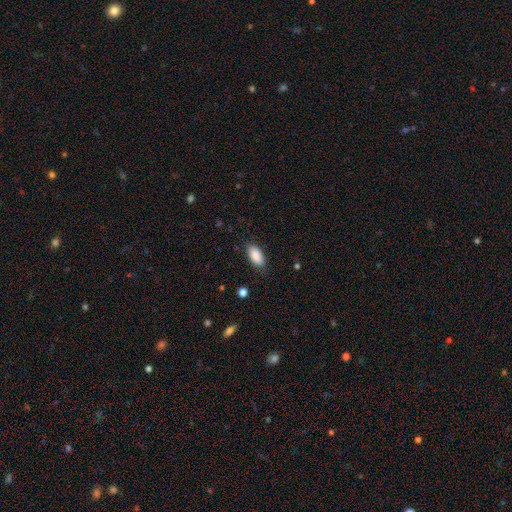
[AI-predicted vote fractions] Q: Smooth or featured?
A: smooth (89%); runner-up: star or artifact (7%)
Q: How rounded?
A: in between (91%); runner-up: cigar-shaped (7%)
Q: Merging?
A: none (83%); runner-up: minor disturbance (13%)